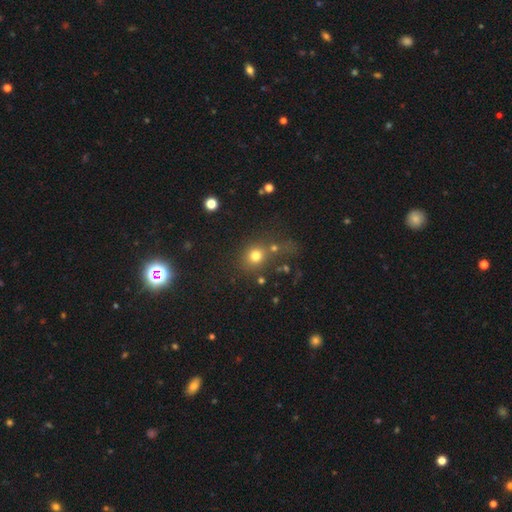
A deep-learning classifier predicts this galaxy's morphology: type=smooth (73%); roundness=round (81%); merging=none (55%).